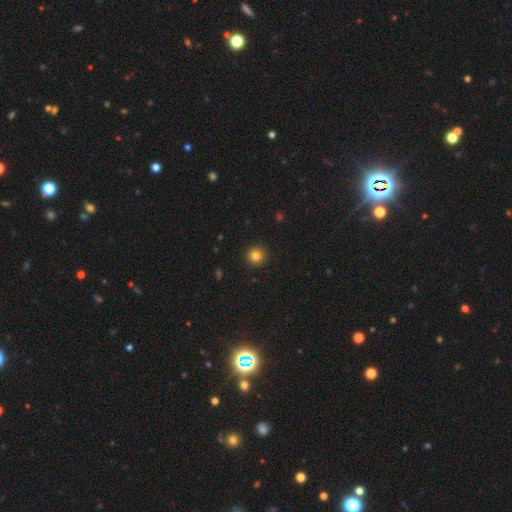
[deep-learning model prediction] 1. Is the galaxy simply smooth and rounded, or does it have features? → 83% smooth, 12% star or artifact, 6% featured or disk.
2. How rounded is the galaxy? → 95% round, 4% in between, 1% cigar-shaped.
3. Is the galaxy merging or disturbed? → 93% none, 4% minor disturbance, 2% major disturbance, 1% merger.